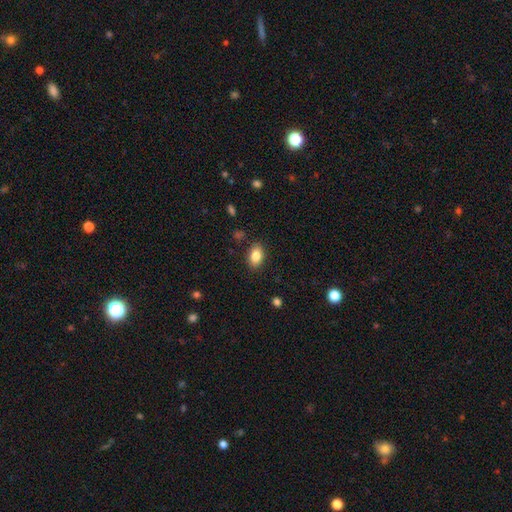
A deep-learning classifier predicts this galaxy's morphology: The model was most divided on "merging": none: 86%, minor disturbance: 10%, major disturbance: 3%, merger: 1%. More confident: how rounded — in between (88%); smooth or featured — smooth (85%).